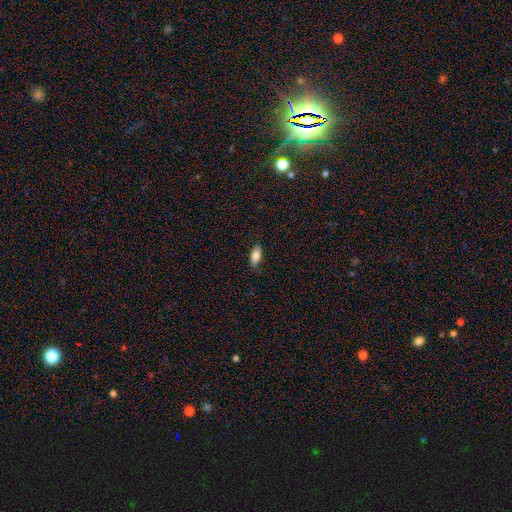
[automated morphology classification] Smooth or featured? smooth (84%)
How rounded? in between (86%)
Merging? none (85%)